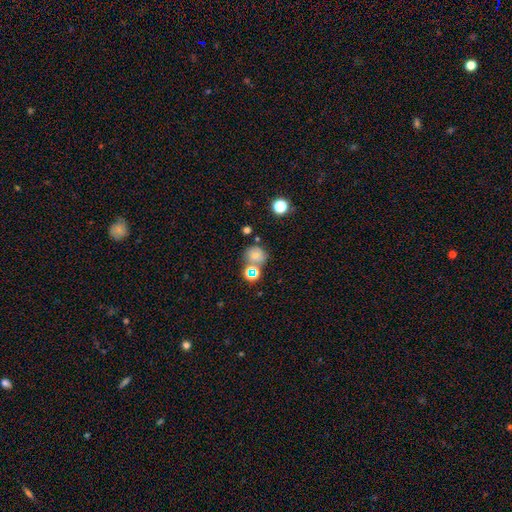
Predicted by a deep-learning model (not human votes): Smooth or featured?
  - smooth: 59% *
  - star or artifact: 23%
  - featured or disk: 18%
How rounded?
  - round: 72% *
  - in between: 27%
  - cigar-shaped: 1%
Merging?
  - none: 58% *
  - merger: 21%
  - minor disturbance: 14%
  - major disturbance: 7%